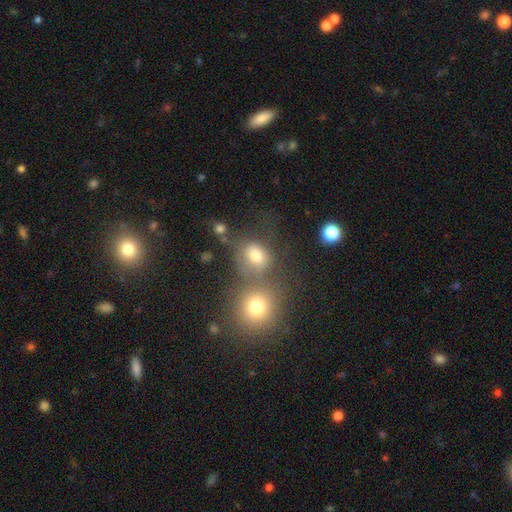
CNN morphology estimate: Smooth or featured: smooth — 73% (star or artifact — 16%)
How rounded: round — 57% (in between — 41%)
Merging: merger — 43% (none — 38%)